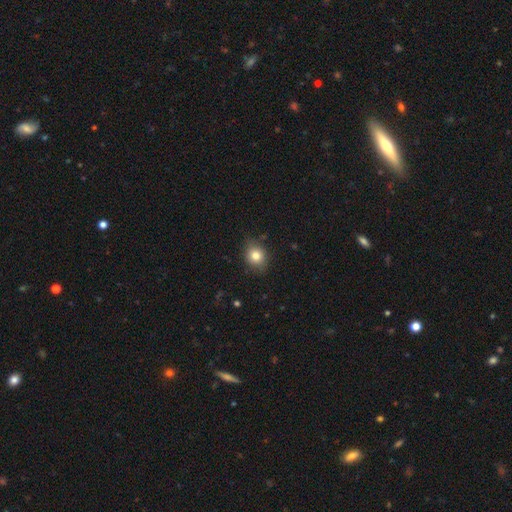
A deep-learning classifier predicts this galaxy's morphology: This appears to be a smooth galaxy with no disk features (82%) that is round (62%). Merging: none (80%).